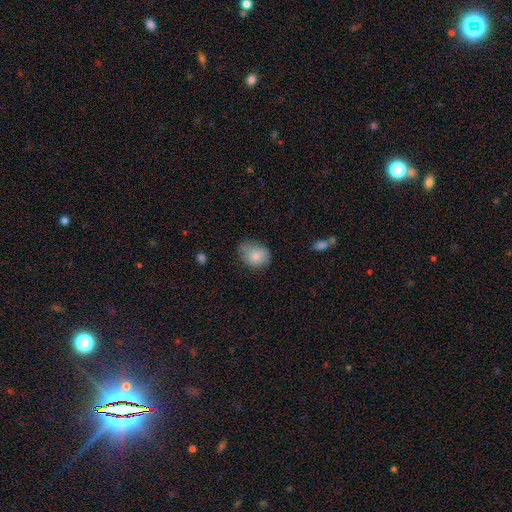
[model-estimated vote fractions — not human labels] A smooth galaxy with no disk features (80%) that is in between round and cigar-shaped (53%). Merging: none (58%).